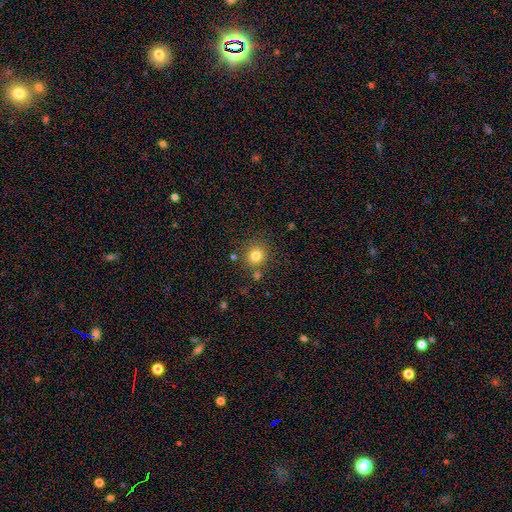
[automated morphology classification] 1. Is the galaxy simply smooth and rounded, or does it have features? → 79% smooth, 13% star or artifact, 7% featured or disk.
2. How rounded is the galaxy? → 89% round, 10% in between, 1% cigar-shaped.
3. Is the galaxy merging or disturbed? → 79% none, 9% minor disturbance, 8% merger, 3% major disturbance.